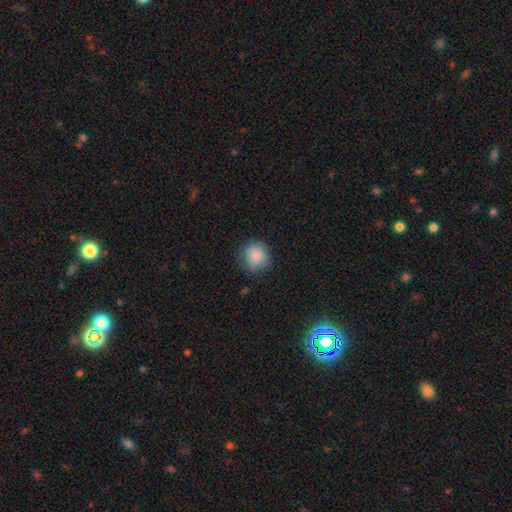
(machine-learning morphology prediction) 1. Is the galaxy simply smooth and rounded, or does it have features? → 88% smooth, 8% star or artifact, 4% featured or disk.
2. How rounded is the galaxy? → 88% round, 11% in between, 1% cigar-shaped.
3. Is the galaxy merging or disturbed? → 82% none, 14% minor disturbance, 3% major disturbance, 1% merger.